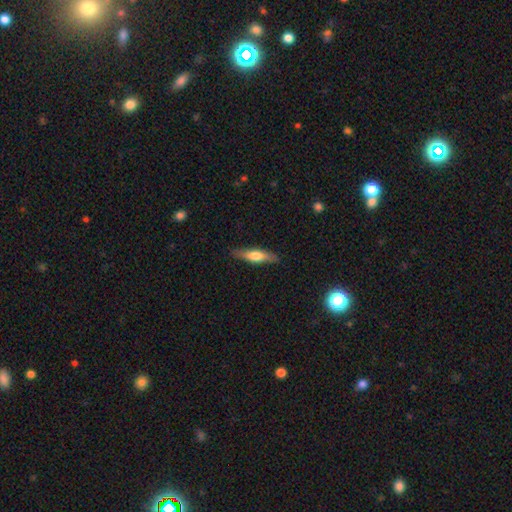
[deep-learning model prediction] Smooth or featured: smooth — 57% (featured or disk — 38%)
How rounded: cigar-shaped — 74% (in between — 24%)
Merging: none — 86% (minor disturbance — 11%)